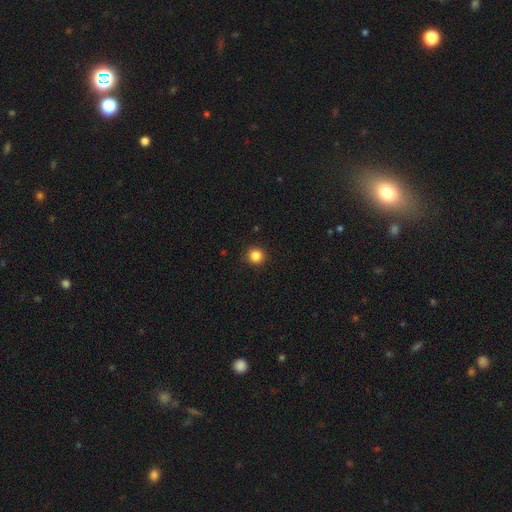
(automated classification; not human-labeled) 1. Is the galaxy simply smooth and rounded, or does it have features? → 85% smooth, 11% star or artifact, 3% featured or disk.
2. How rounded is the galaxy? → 94% round, 5% in between, 1% cigar-shaped.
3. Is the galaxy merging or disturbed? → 91% none, 6% minor disturbance, 2% major disturbance, 1% merger.